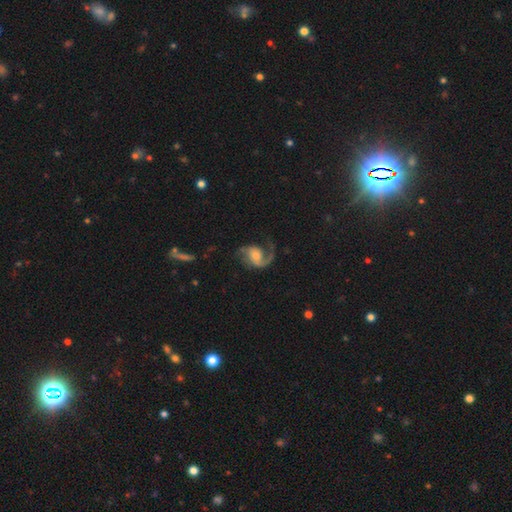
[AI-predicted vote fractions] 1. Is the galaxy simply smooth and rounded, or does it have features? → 86% featured or disk, 9% smooth, 5% star or artifact.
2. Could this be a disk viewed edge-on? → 98% no, 2% yes.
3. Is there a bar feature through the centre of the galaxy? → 59% no, 32% weak, 9% strong.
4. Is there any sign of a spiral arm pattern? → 96% yes, 4% no.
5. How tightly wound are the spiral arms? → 44% medium, 43% loose, 12% tight.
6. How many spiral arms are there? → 64% 2, 30% 1, 3% can't tell, 2% 3, 1% 4, 1% more than 4.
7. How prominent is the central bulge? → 50% moderate, 39% small, 6% large, 3% none, 1% dominant.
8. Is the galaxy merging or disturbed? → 59% none, 21% major disturbance, 17% minor disturbance, 2% merger.